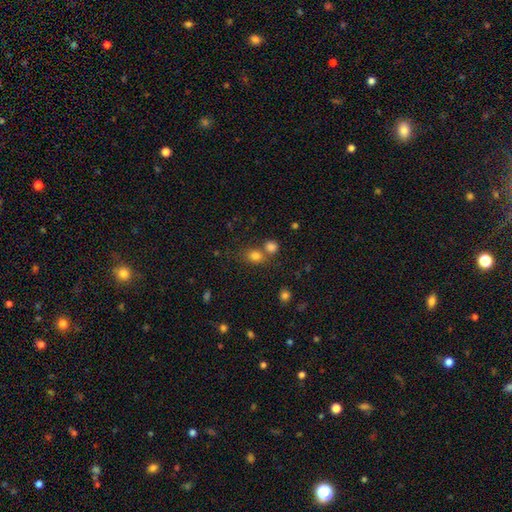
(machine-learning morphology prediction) The model was most divided on "how rounded": round: 54%, in between: 45%, cigar-shaped: 1%. More confident: smooth or featured — smooth (78%); merging — none (52%).